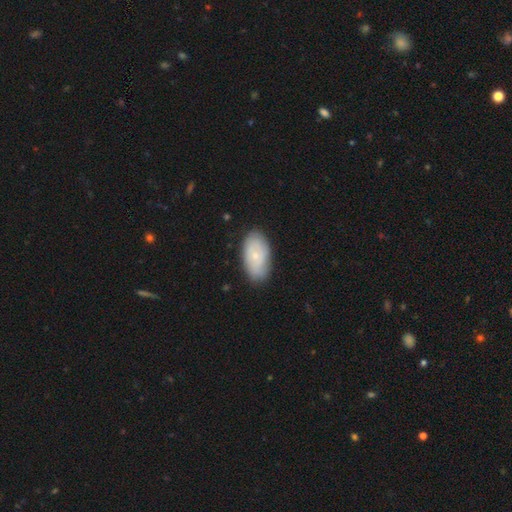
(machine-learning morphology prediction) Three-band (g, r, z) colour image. It shows a smooth galaxy with no disk features (66%) that is in between round and cigar-shaped (94%). Merging: none (81%).